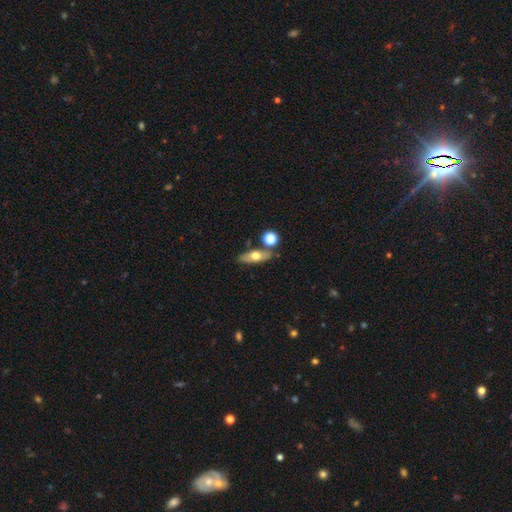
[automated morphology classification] smooth_or_featured: smooth (p=0.53) [alt: featured or disk p=0.39]
how_rounded: in between (p=0.59) [alt: cigar-shaped p=0.33]
merging: none (p=0.73) [alt: minor disturbance p=0.12]